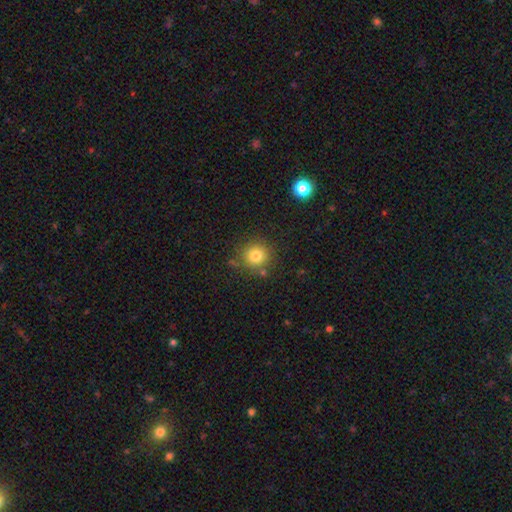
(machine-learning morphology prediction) The model was most divided on "smooth or featured": smooth: 80%, star or artifact: 12%, featured or disk: 8%. More confident: how rounded — round (92%); merging — none (80%).